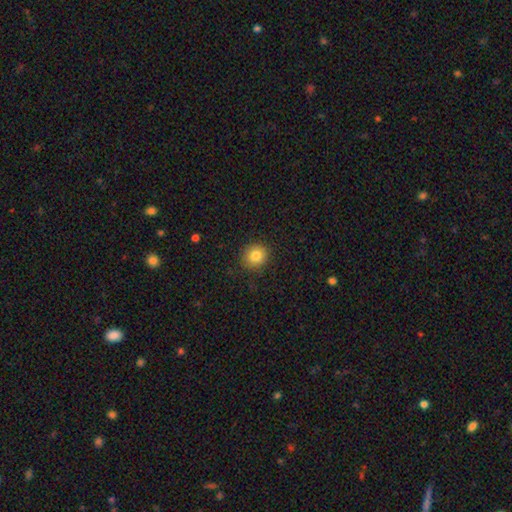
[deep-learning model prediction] A smooth galaxy with no disk features (83%) that is round (85%).

Vote fractions:
- Smooth or featured? smooth: 83% / star or artifact: 10% / featured or disk: 7%
- How rounded? round: 85% / in between: 14% / cigar-shaped: 1%
- Merging? none: 89% / minor disturbance: 8% / major disturbance: 2% / merger: 1%